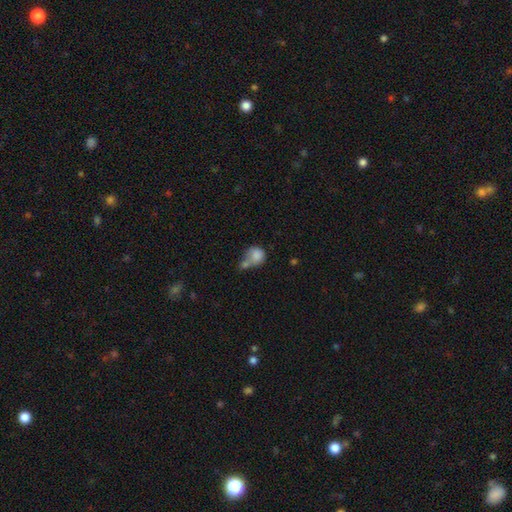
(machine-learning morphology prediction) Smooth or featured?
  - smooth: 82% *
  - featured or disk: 9%
  - star or artifact: 8%
How rounded?
  - round: 78% *
  - in between: 21%
  - cigar-shaped: 1%
Merging?
  - merger: 49% *
  - none: 28%
  - minor disturbance: 14%
  - major disturbance: 9%